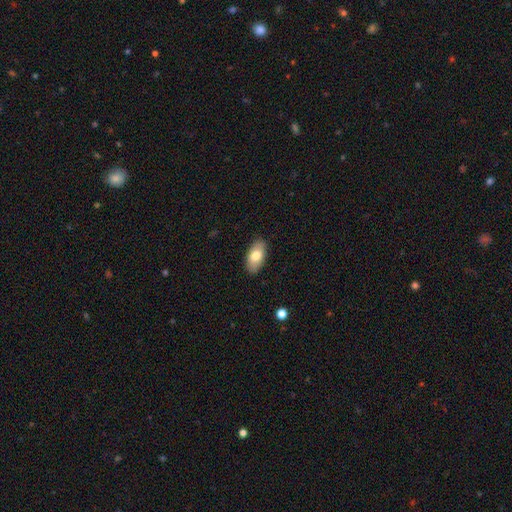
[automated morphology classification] Overall: smooth (76%). How rounded: in between (93%). Merging: none (87%).